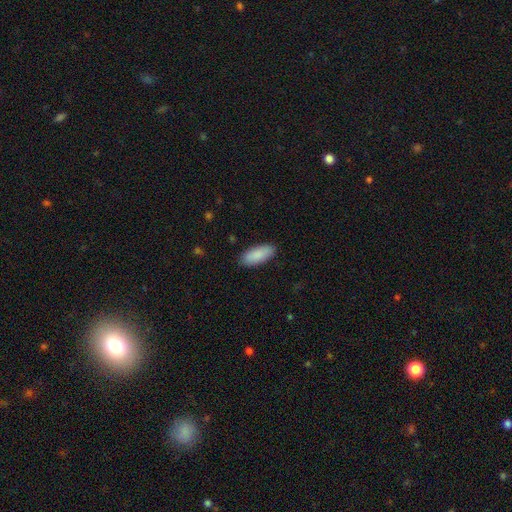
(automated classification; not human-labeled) smooth_or_featured: smooth (p=0.89) [alt: featured or disk p=0.06]
how_rounded: in between (p=0.84) [alt: cigar-shaped p=0.15]
merging: none (p=0.88) [alt: minor disturbance p=0.09]